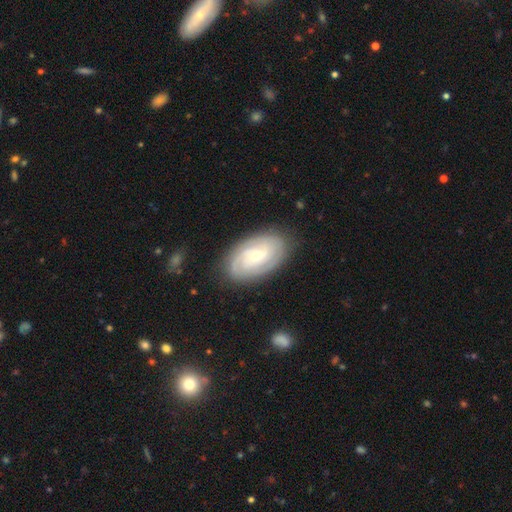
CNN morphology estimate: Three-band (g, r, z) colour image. It shows a featured or disk galaxy (77%) with no bar (56%), 2 (30%) tight (66%) spiral arms (94%) and a small central bulge (55%). Merging: none (83%).